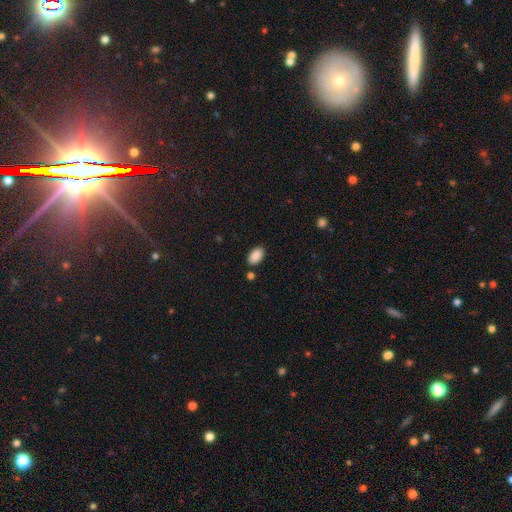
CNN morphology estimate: smooth_or_featured: smooth (p=0.89) [alt: star or artifact p=0.07]
how_rounded: in between (p=0.93) [alt: round p=0.06]
merging: none (p=0.84) [alt: minor disturbance p=0.10]